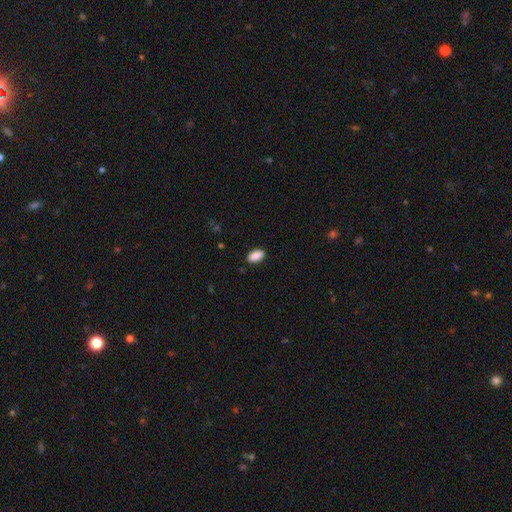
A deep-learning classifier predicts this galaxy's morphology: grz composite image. It shows a smooth galaxy with no disk features (90%) that is in between round and cigar-shaped (93%). Merging: none (88%).